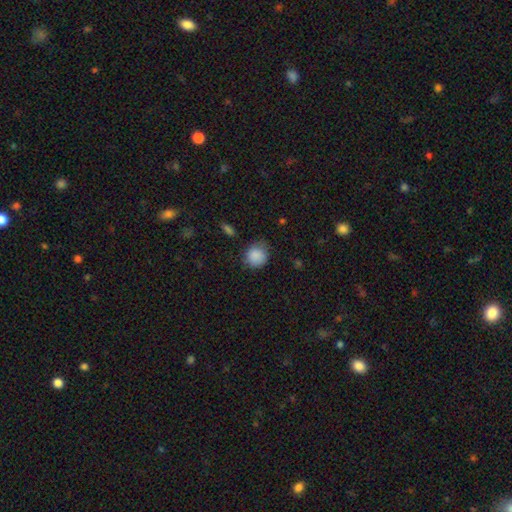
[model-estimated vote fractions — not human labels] A smooth galaxy with no disk features (87%) that is round (84%). Merging: none (67%).